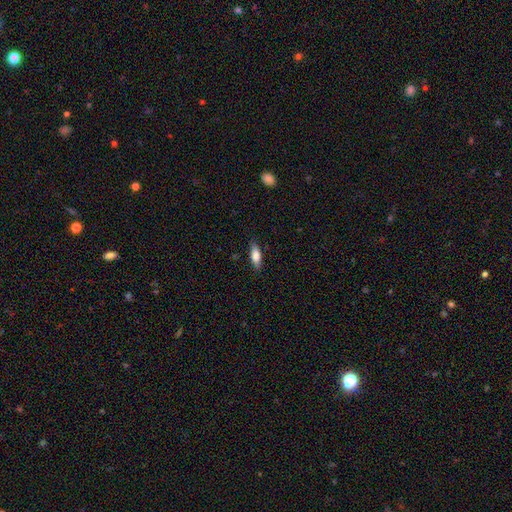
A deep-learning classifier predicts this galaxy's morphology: This is likely a smooth galaxy (76%). How rounded: likely in between (68%). Merging: clearly none (84%).